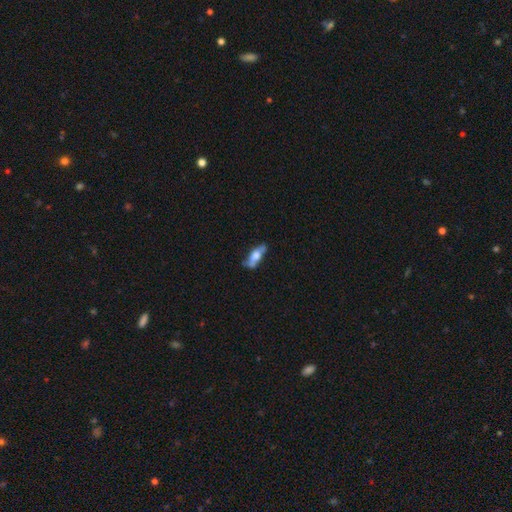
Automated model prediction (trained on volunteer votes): smooth 50%, featured or disk 43%, star or artifact 7%. Down the decision tree: merging — none (58%).